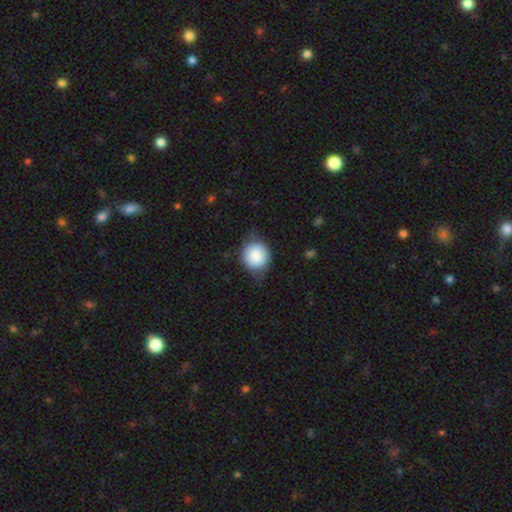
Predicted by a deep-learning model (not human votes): smooth_or_featured: smooth (p=0.83) [alt: featured or disk p=0.09]
how_rounded: round (p=0.86) [alt: in between p=0.13]
merging: none (p=0.61) [alt: minor disturbance p=0.29]